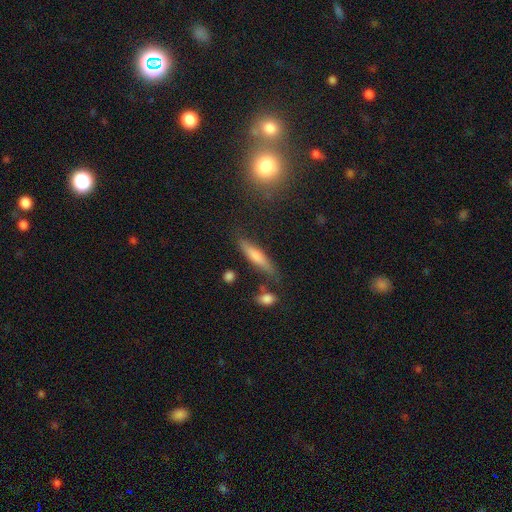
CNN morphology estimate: Smooth or featured: smooth — 61% (featured or disk — 31%)
How rounded: cigar-shaped — 82% (in between — 15%)
Merging: none — 75% (minor disturbance — 15%)